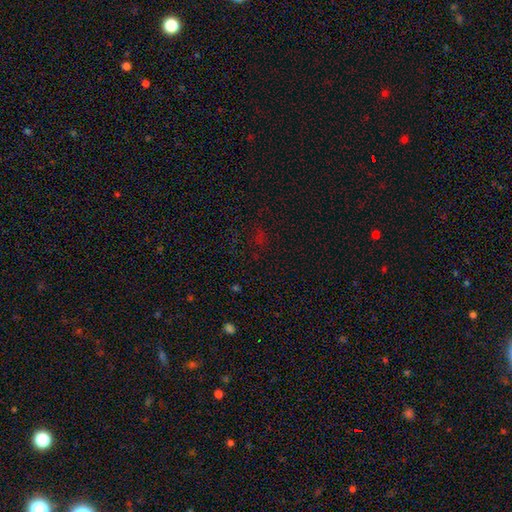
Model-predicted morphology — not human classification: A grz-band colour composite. It shows a star or artifact, not a galaxy (61%).